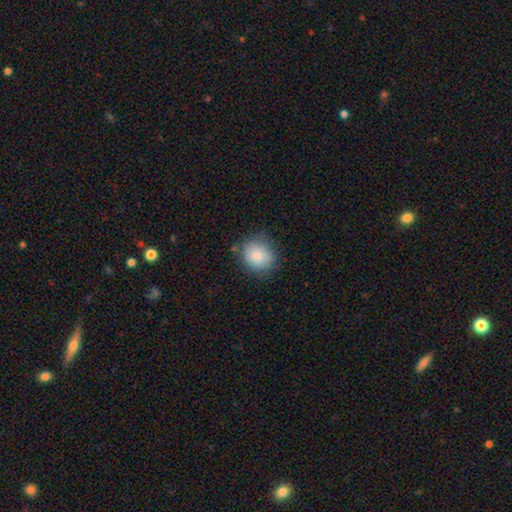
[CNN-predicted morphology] Overall: smooth (84%). How rounded: round (73%). Merging: none (74%).